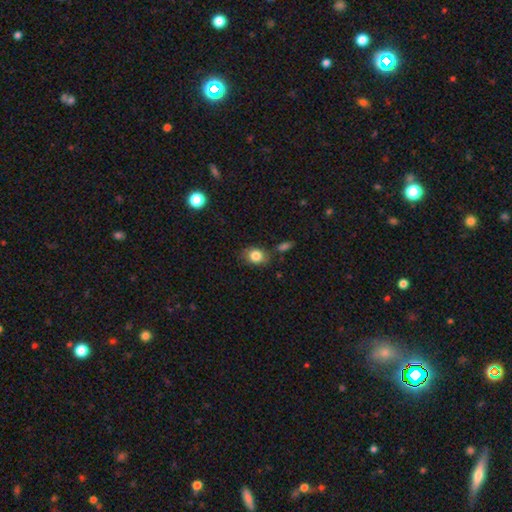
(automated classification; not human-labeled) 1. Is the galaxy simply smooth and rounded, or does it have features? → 83% smooth, 8% star or artifact, 8% featured or disk.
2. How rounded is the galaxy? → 61% in between, 38% round, 1% cigar-shaped.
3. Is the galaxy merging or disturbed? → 76% none, 15% minor disturbance, 5% merger, 4% major disturbance.